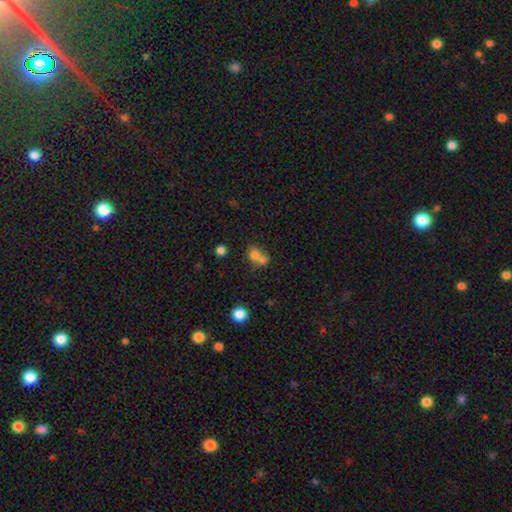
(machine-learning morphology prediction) type=smooth (74%); roundness=round (68%); merging=merger (59%).